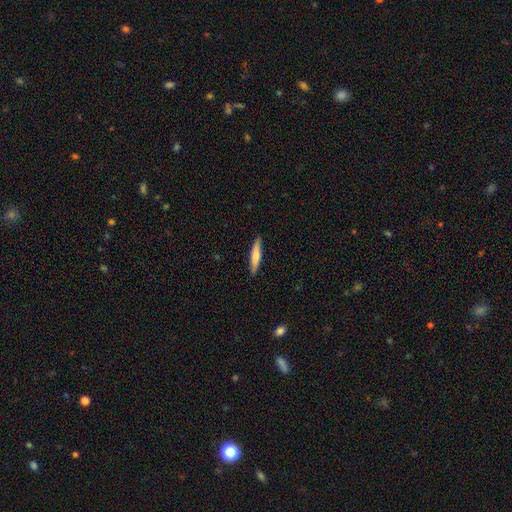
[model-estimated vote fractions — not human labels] smooth_or_featured: smooth (p=0.71) [alt: featured or disk p=0.23]
how_rounded: cigar-shaped (p=0.89) [alt: in between p=0.10]
merging: none (p=0.89) [alt: minor disturbance p=0.08]